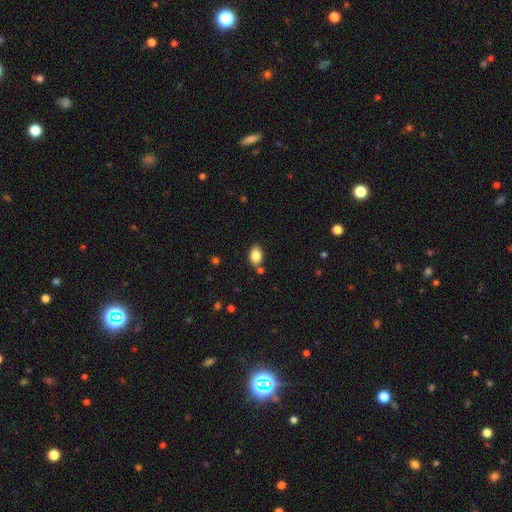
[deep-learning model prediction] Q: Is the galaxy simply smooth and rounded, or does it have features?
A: smooth — 85%.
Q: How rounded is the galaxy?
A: in between — 86%.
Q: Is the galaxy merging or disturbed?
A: none — 78%.